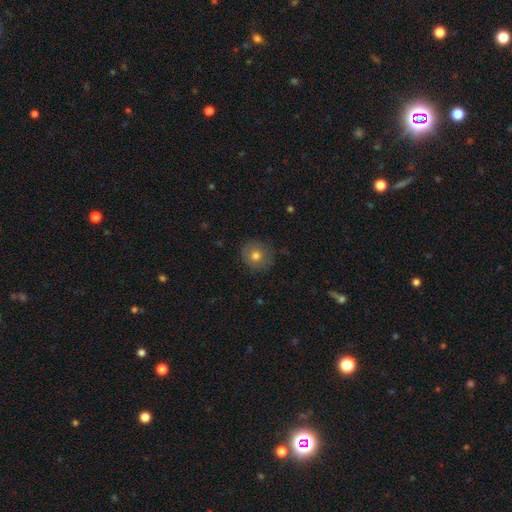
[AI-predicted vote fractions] Smooth or featured? smooth (75%)
How rounded? round (92%)
Merging? none (85%)